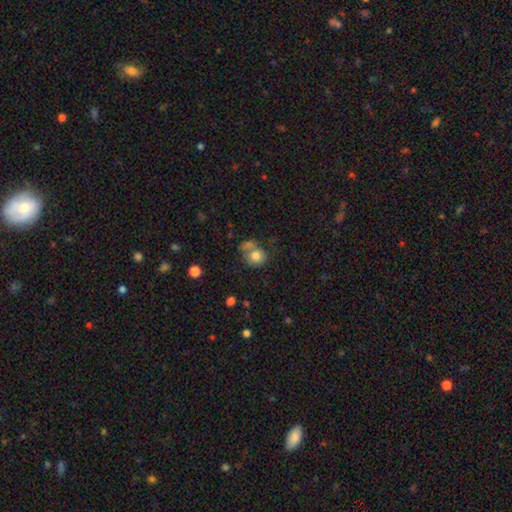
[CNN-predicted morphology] smooth_or_featured: smooth (p=0.79) [alt: featured or disk p=0.11]
how_rounded: round (p=0.78) [alt: in between p=0.21]
merging: none (p=0.46) [alt: merger p=0.34]